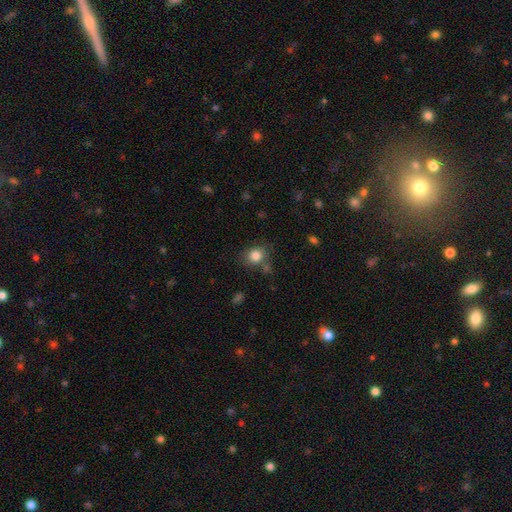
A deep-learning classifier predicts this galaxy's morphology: This is clearly a smooth galaxy (82%). How rounded: likely round (68%). Merging: likely none (72%).